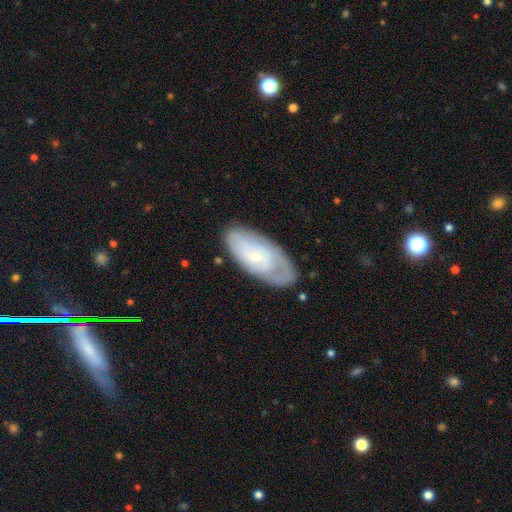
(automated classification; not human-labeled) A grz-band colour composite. It shows a featured or disk galaxy (60%) with no bar (66%), spiral arms (78%) and a small central bulge (76%). Merging: none (71%).